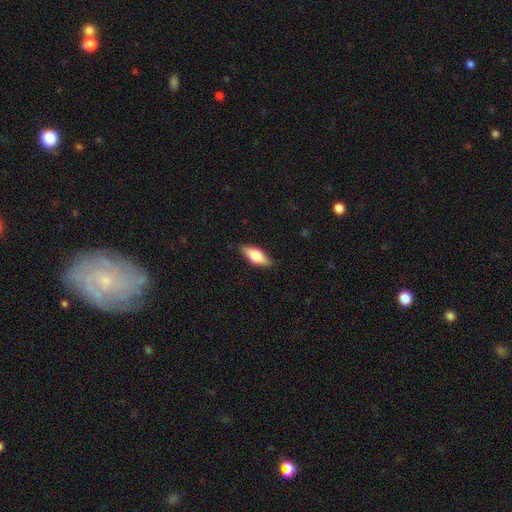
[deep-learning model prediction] Smooth or featured? smooth (68%)
How rounded? in between (74%)
Merging? none (86%)